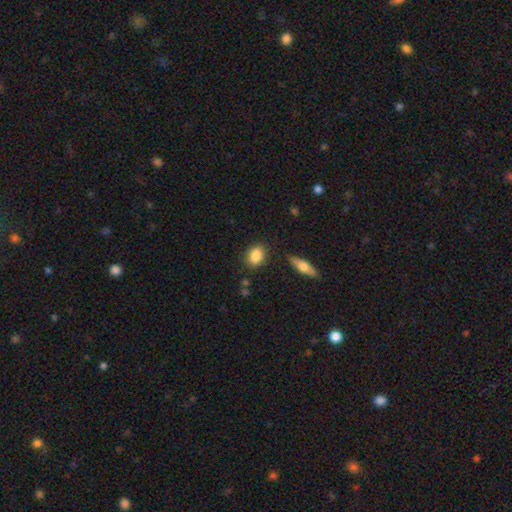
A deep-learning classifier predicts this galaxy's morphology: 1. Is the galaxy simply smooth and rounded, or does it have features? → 86% smooth, 7% featured or disk, 7% star or artifact.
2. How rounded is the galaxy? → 64% in between, 33% round, 3% cigar-shaped.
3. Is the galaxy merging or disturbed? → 83% none, 11% minor disturbance, 3% merger, 3% major disturbance.